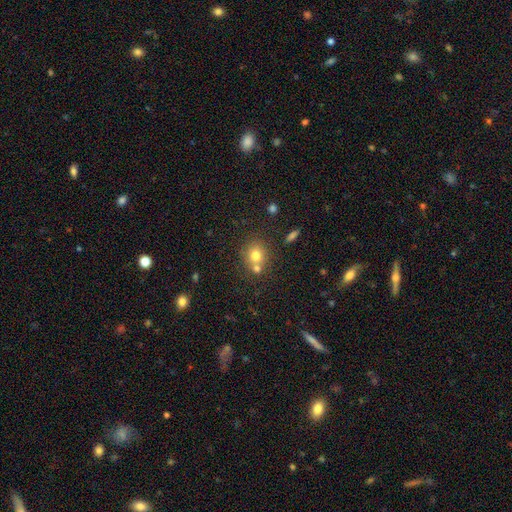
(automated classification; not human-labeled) Smooth or featured: smooth — 75% (star or artifact — 13%)
How rounded: round — 80% (in between — 19%)
Merging: none — 54% (merger — 34%)